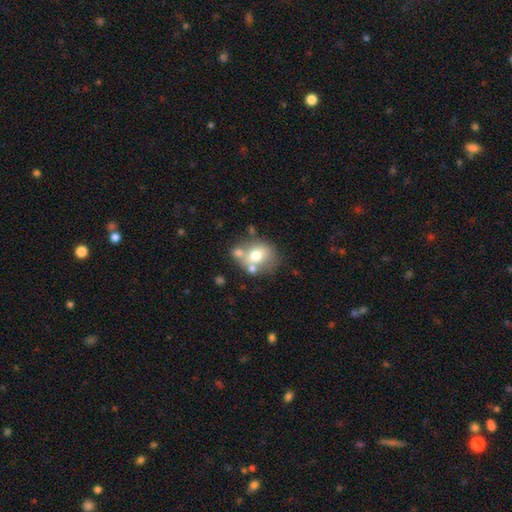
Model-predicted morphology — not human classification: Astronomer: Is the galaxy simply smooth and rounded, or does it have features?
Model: smooth — 59%.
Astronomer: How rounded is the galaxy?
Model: round — 55% (runner-up: in between, 44%).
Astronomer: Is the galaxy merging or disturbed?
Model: none — 48% (runner-up: merger, 27%).